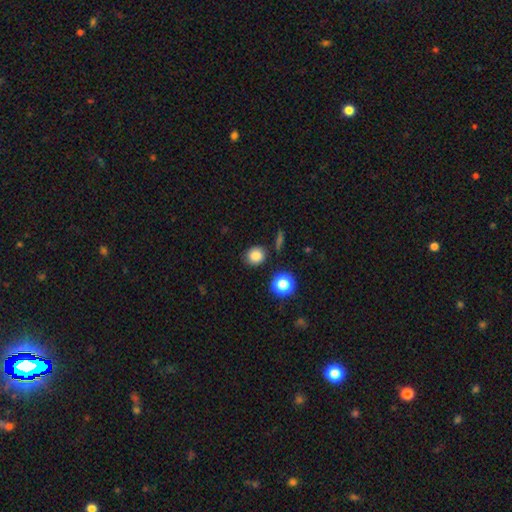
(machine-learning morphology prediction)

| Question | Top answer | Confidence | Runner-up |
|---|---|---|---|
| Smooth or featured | smooth | 83% | star or artifact (12%) |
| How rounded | round | 75% | in between (24%) |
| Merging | none | 83% | minor disturbance (10%) |